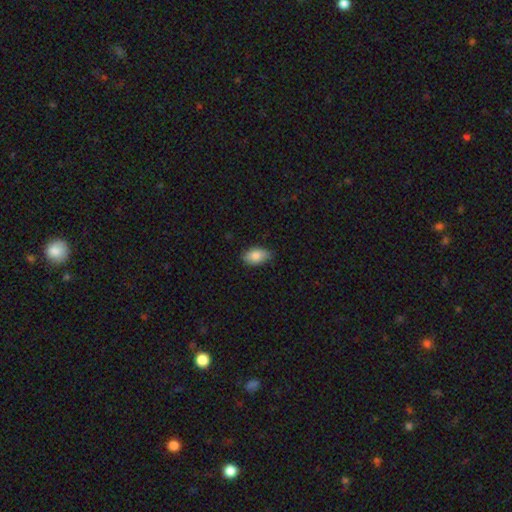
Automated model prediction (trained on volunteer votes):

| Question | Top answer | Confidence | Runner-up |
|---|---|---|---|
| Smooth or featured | smooth | 85% | featured or disk (8%) |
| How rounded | in between | 91% | round (7%) |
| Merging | none | 75% | minor disturbance (21%) |